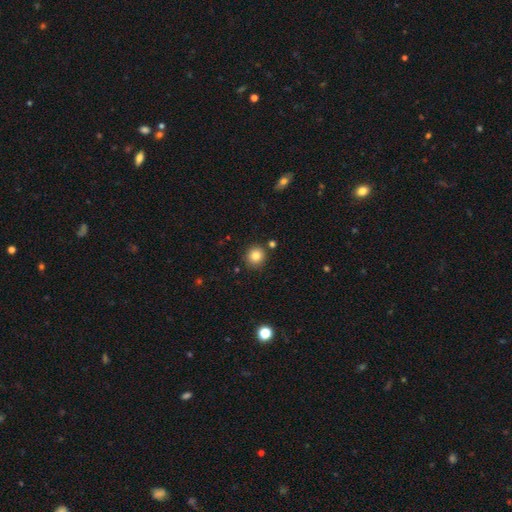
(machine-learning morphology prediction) Smooth or featured: smooth — 82% (star or artifact — 11%)
How rounded: round — 91% (in between — 8%)
Merging: none — 86% (minor disturbance — 8%)